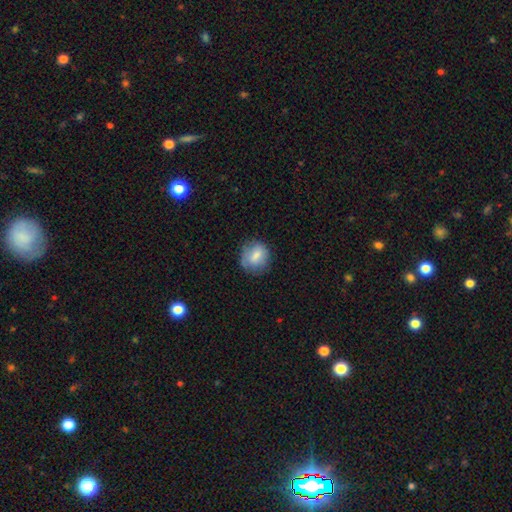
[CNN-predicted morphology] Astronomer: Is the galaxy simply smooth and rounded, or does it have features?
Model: smooth — 73%.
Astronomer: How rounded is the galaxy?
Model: round — 74%.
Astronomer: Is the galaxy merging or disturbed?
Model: none — 70%.